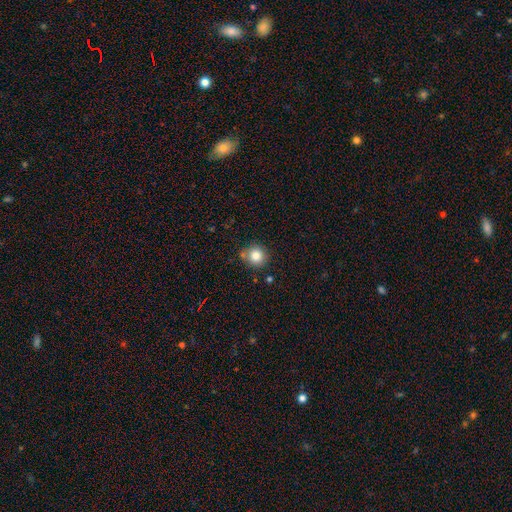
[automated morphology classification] Smooth or featured? smooth (83%)
How rounded? round (90%)
Merging? none (76%)